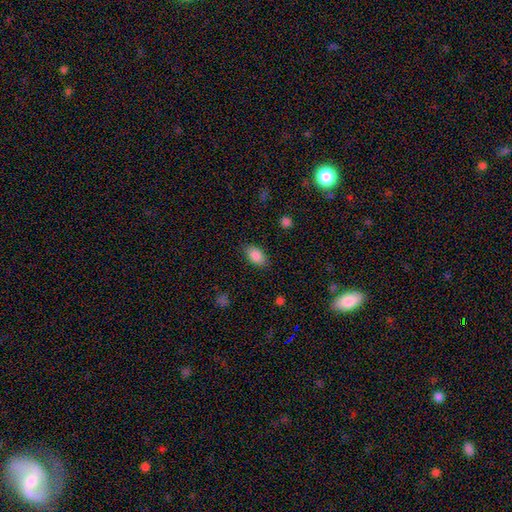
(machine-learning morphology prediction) Smooth or featured? Predicted: smooth (p=0.87). How rounded? Predicted: in between (p=0.92). Merging? Predicted: none (p=0.85).